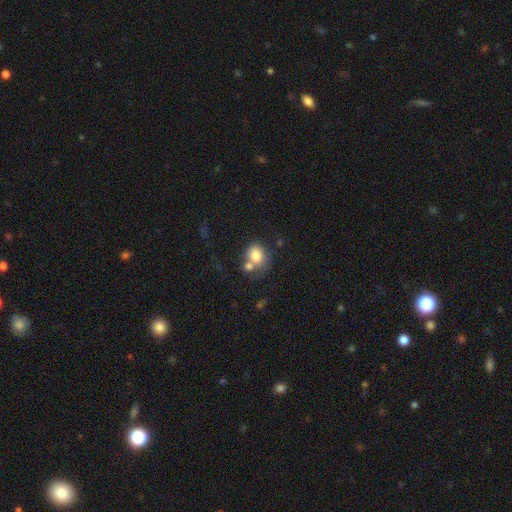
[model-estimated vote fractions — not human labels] Smooth or featured? Predicted: smooth (p=0.77). How rounded? Predicted: round (p=0.66). Merging? Predicted: none (p=0.43).